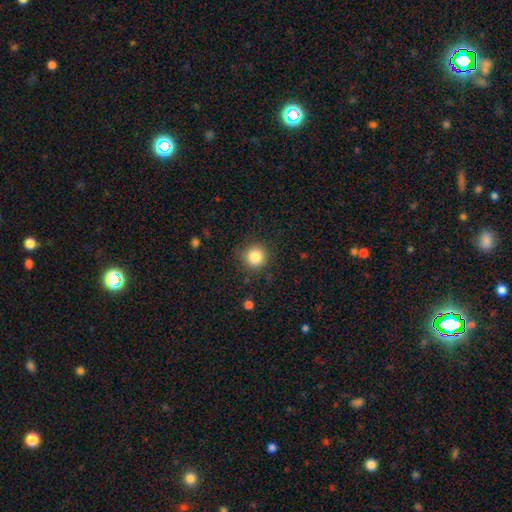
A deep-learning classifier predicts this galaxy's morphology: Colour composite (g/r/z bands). It shows a smooth galaxy with no disk features (84%) that is round (93%). Merging: none (86%).